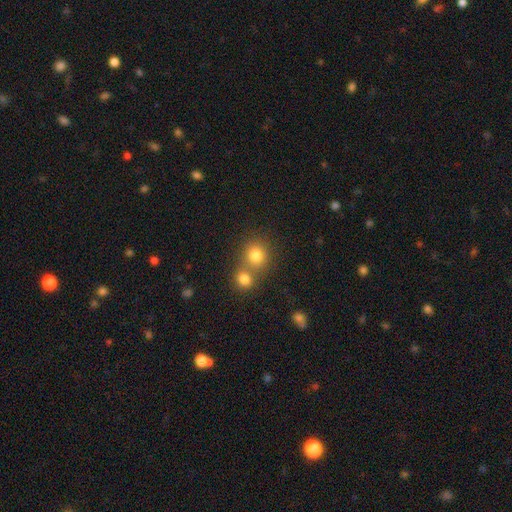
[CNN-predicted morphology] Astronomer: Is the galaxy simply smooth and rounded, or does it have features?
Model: smooth — 79%.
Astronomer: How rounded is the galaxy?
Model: round — 84%.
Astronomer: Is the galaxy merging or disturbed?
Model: none — 53% (runner-up: merger, 38%).